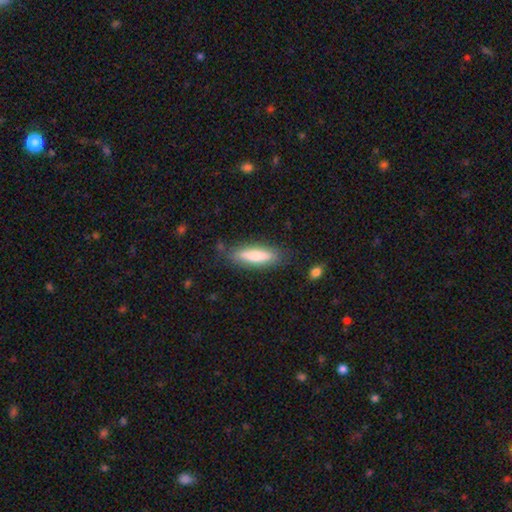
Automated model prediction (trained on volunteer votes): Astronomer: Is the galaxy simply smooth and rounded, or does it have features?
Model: smooth — 69%.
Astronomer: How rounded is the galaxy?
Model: cigar-shaped — 56% (runner-up: in between, 42%).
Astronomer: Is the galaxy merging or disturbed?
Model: none — 80%.